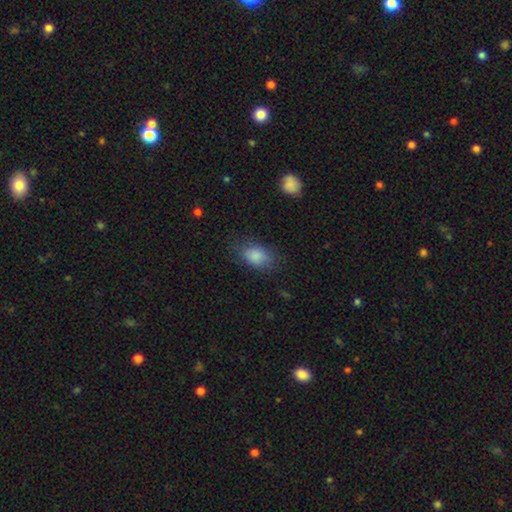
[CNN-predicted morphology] smooth-or-featured: smooth: 85% | star or artifact: 8% | featured or disk: 6%
  how-rounded: in between: 84% | round: 15% | cigar-shaped: 2%
  merging: none: 71% | minor disturbance: 20% | major disturbance: 8% | merger: 1%